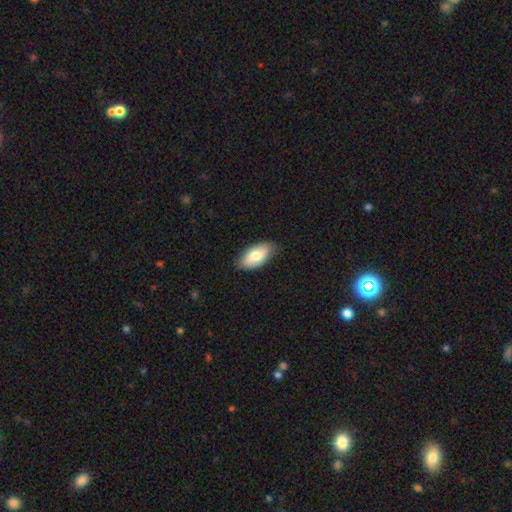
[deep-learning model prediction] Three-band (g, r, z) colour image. It shows a smooth galaxy with no disk features (76%) that is in between round and cigar-shaped (93%). Merging: none (83%).